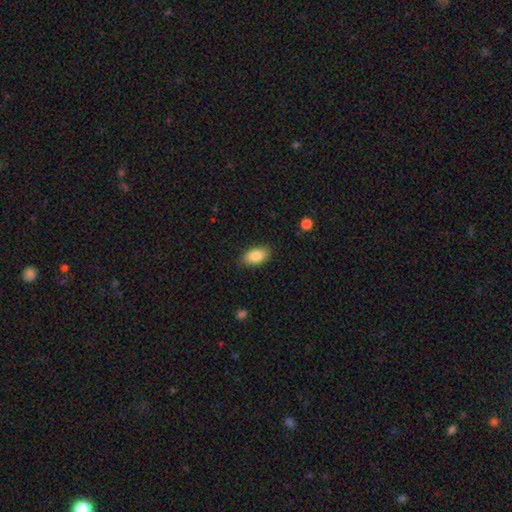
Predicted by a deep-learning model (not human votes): smooth_or_featured: smooth (p=0.86) [alt: featured or disk p=0.07]
how_rounded: in between (p=0.92) [alt: round p=0.05]
merging: none (p=0.85) [alt: minor disturbance p=0.12]